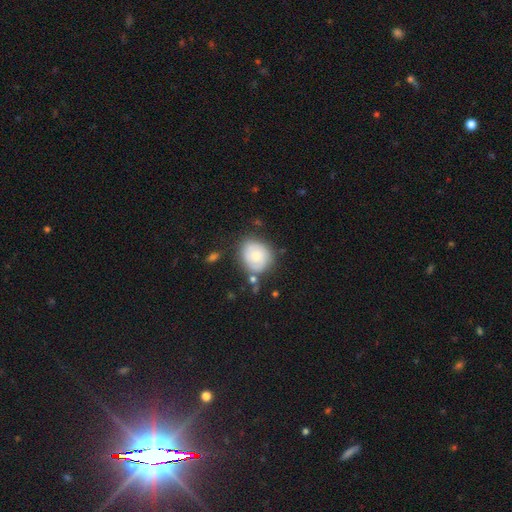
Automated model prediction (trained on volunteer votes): Smooth or featured? Predicted: smooth (p=0.68). How rounded? Predicted: round (p=0.65). Merging? Predicted: none (p=0.67).